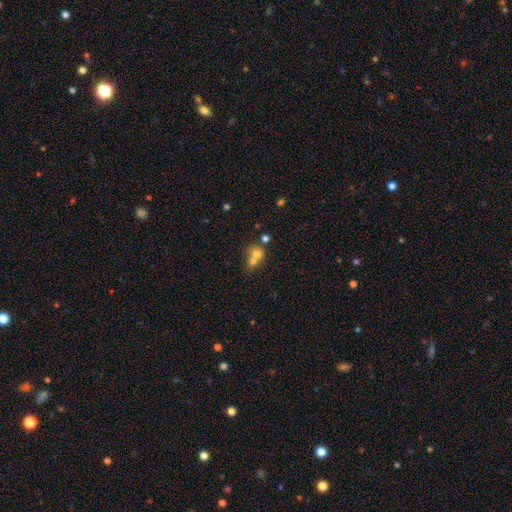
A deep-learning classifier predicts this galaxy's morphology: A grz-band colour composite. It shows a smooth galaxy with no disk features (67%) that is round (69%). Merging: merger (65%).